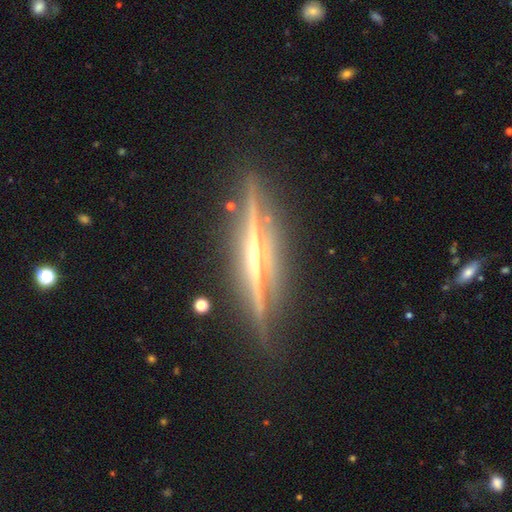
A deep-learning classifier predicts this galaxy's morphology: Overall: featured or disk (88%). Edge-on disk: yes (98%). Edge-on bulge: rounded (78%). Merging: none (86%).